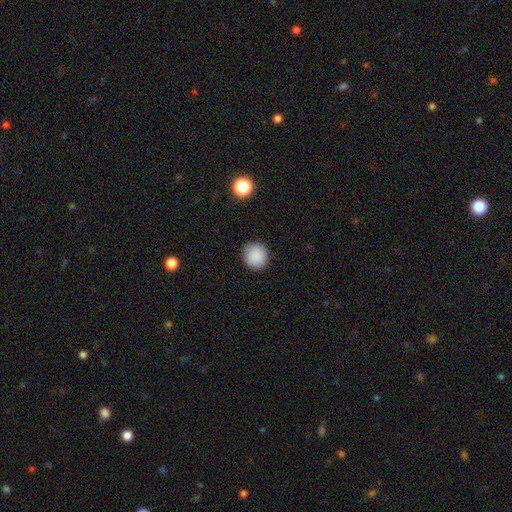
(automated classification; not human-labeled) Morphology: type=smooth (89%); roundness=round (91%); merging=none (90%).